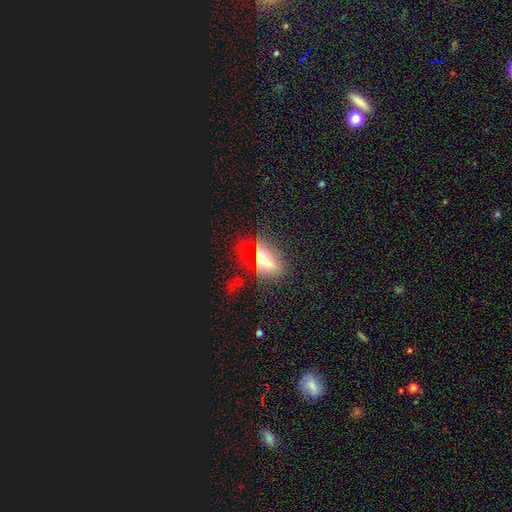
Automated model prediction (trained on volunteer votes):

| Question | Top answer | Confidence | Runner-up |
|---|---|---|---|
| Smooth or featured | smooth | 40% | star or artifact (38%) |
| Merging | none | 73% | minor disturbance (14%) |